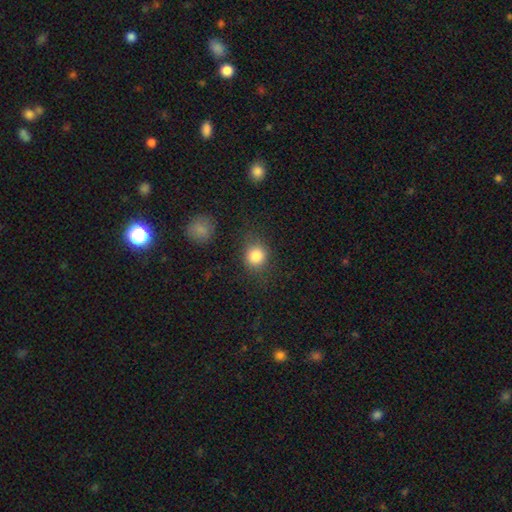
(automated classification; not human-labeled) The model was most divided on "merging": none: 75%, minor disturbance: 16%, major disturbance: 6%, merger: 3%. More confident: smooth or featured — smooth (84%); how rounded — round (80%).